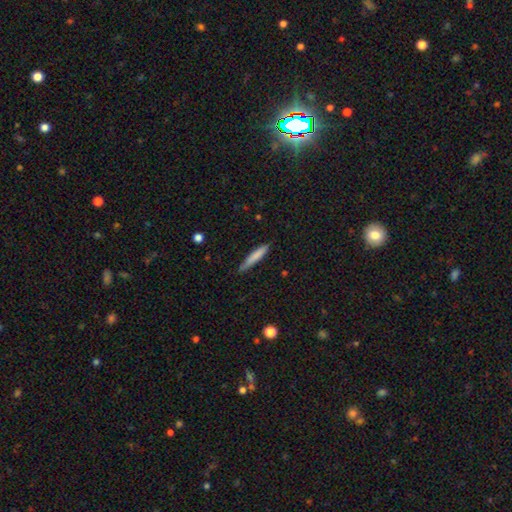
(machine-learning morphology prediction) Smooth or featured? smooth (77%)
How rounded? cigar-shaped (91%)
Merging? none (81%)